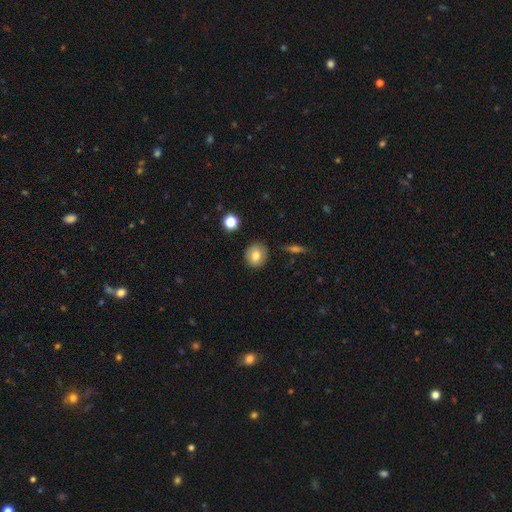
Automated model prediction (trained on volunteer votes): smooth-or-featured: smooth: 79% | featured or disk: 12% | star or artifact: 9%
  how-rounded: round: 84% | in between: 15% | cigar-shaped: 1%
  merging: none: 88% | minor disturbance: 8% | major disturbance: 2% | merger: 2%